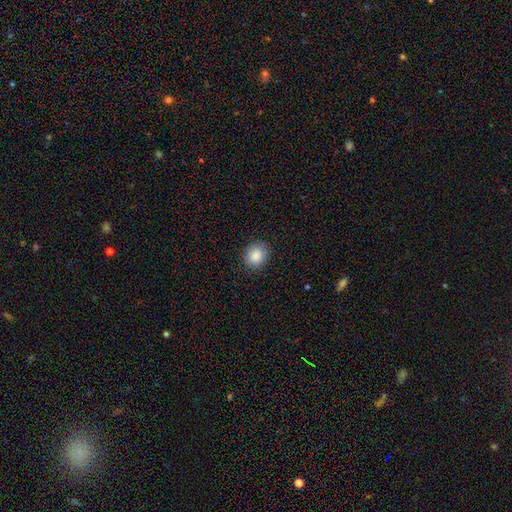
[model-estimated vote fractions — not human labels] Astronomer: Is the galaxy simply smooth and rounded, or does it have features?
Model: smooth — 88%.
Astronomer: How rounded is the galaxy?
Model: round — 74%.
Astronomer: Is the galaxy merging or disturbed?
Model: none — 87%.